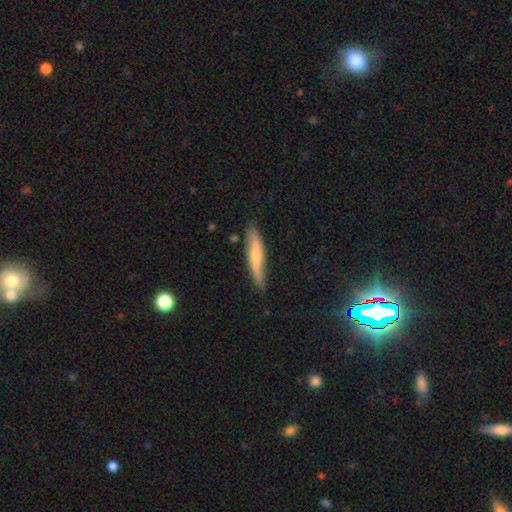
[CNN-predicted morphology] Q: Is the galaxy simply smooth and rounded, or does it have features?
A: smooth — 48%.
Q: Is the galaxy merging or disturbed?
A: none — 79%.